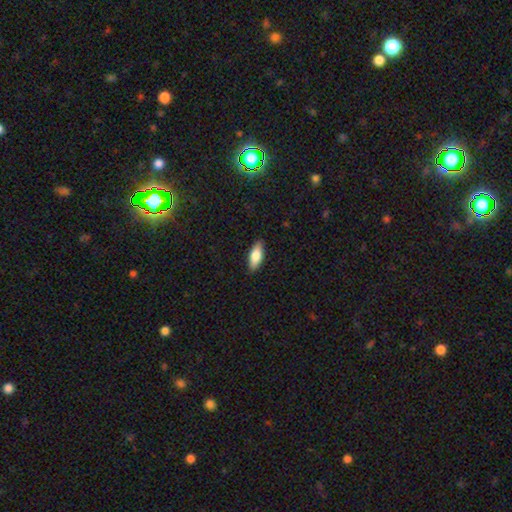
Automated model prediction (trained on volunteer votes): Smooth or featured: smooth — 79% (featured or disk — 15%)
How rounded: in between — 77% (cigar-shaped — 21%)
Merging: none — 88% (minor disturbance — 9%)